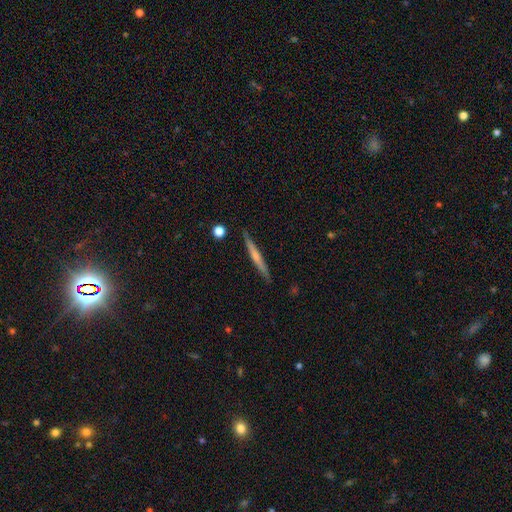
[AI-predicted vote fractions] Smooth or featured? Predicted: smooth (p=0.47, tied with featured or disk). Merging? Predicted: none (p=0.88).